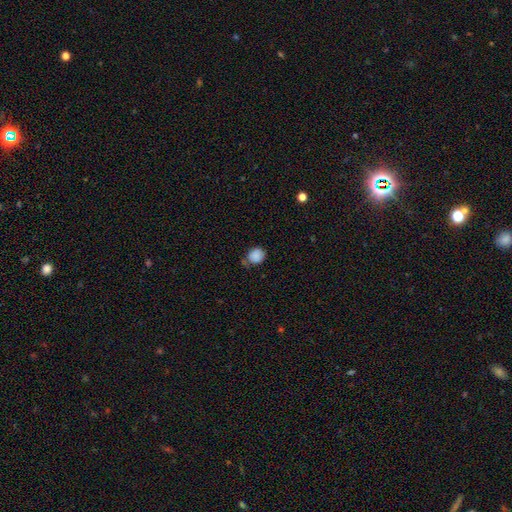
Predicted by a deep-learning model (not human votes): smooth_or_featured: smooth (p=0.86) [alt: star or artifact p=0.09]
how_rounded: round (p=0.76) [alt: in between p=0.23]
merging: none (p=0.58) [alt: minor disturbance p=0.28]